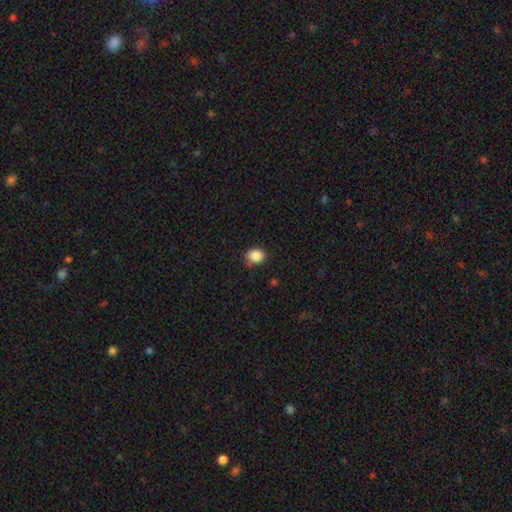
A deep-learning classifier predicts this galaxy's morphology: smooth-or-featured: smooth: 87% | star or artifact: 9% | featured or disk: 3%
  how-rounded: round: 54% | in between: 45% | cigar-shaped: 1%
  merging: none: 82% | minor disturbance: 14% | major disturbance: 3% | merger: 1%